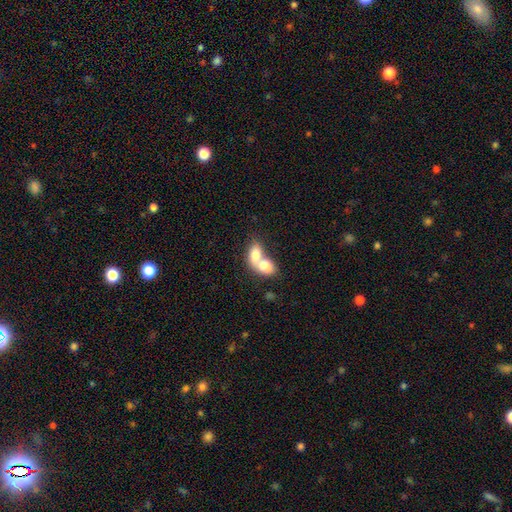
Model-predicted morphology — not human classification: This appears to be a smooth galaxy with no disk features (74%) that is in between round and cigar-shaped (83%). Merging: merger (77%).